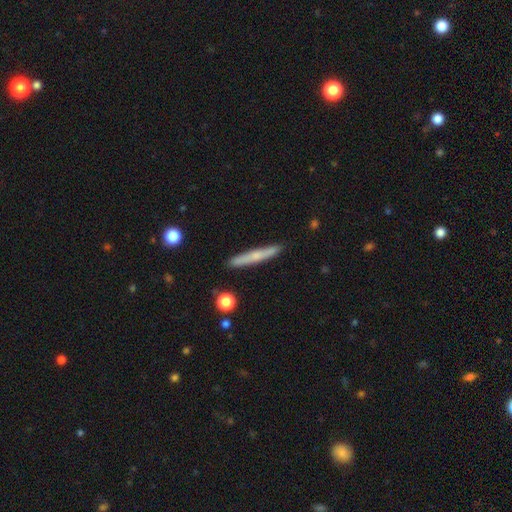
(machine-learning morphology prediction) Smooth or featured? Predicted: smooth (p=0.55). How rounded? Predicted: cigar-shaped (p=0.95). Merging? Predicted: none (p=0.89).